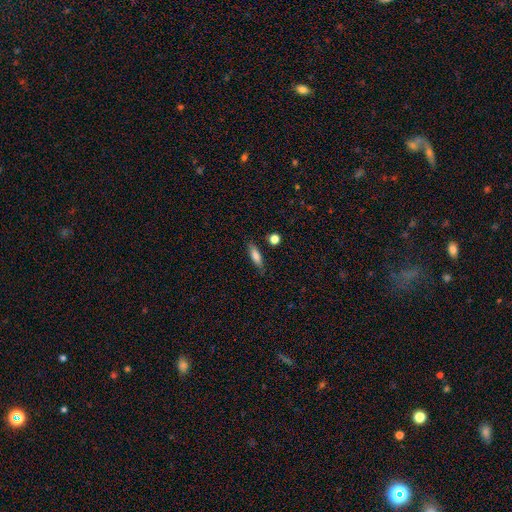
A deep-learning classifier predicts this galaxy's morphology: smooth-or-featured: smooth: 79% | featured or disk: 14% | star or artifact: 8%
  how-rounded: cigar-shaped: 51% | in between: 46% | round: 3%
  merging: none: 78% | minor disturbance: 15% | major disturbance: 4% | merger: 3%